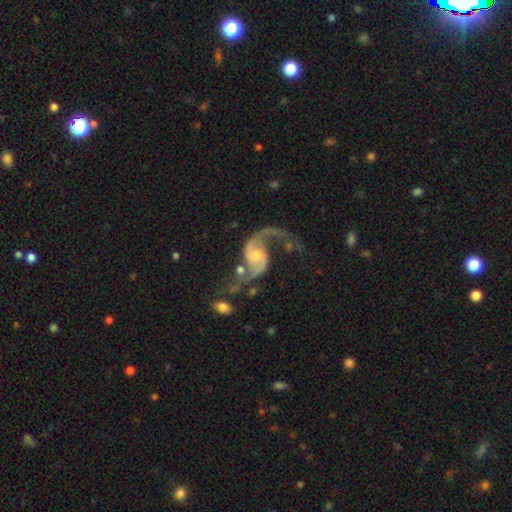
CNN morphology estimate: Q: Smooth or featured?
A: featured or disk (90%); runner-up: smooth (5%)
Q: Edge-on disk?
A: no (98%); runner-up: yes (2%)
Q: Bar?
A: no (54%); runner-up: weak (36%)
Q: Spiral arms?
A: yes (97%); runner-up: no (3%)
Q: Spiral winding?
A: loose (75%); runner-up: medium (21%)
Q: Spiral arm count?
A: 2 (89%); runner-up: 1 (6%)
Q: Bulge size?
A: small (48%); runner-up: moderate (40%)
Q: Merging?
A: none (50%); runner-up: major disturbance (22%)